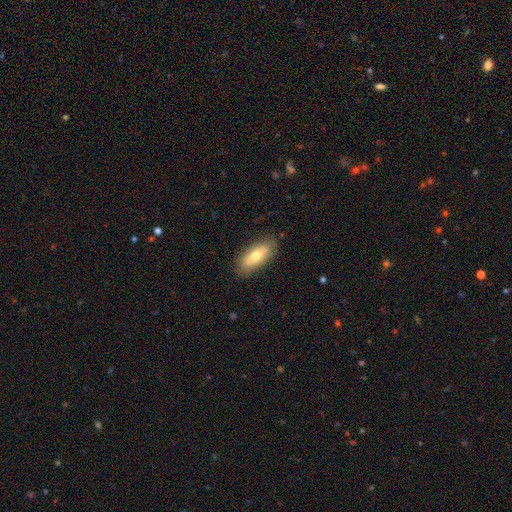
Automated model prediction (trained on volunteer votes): A smooth galaxy with no disk features (69%) that is in between round and cigar-shaped (81%).

Vote fractions:
- Smooth or featured? smooth: 69% / featured or disk: 24% / star or artifact: 6%
- How rounded? in between: 81% / cigar-shaped: 16% / round: 3%
- Merging? none: 85% / minor disturbance: 11% / major disturbance: 3% / merger: 1%